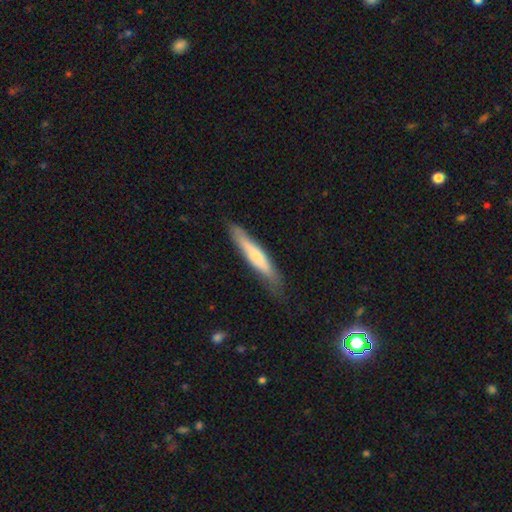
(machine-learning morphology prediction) Smooth or featured? Predicted: smooth (p=0.46). Merging? Predicted: none (p=0.80).